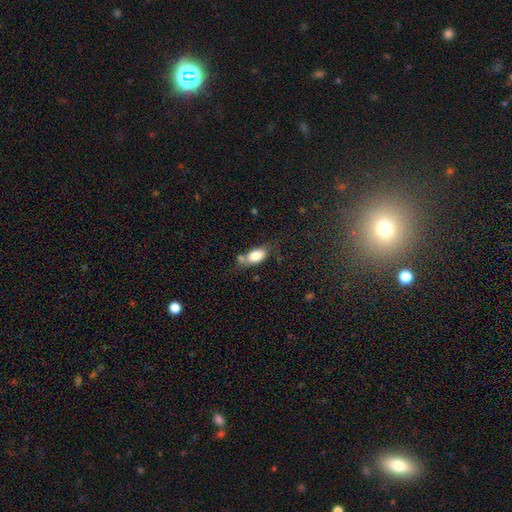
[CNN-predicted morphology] A smooth galaxy with no disk features (78%) that is in between round and cigar-shaped (87%). Merging: none (49%).